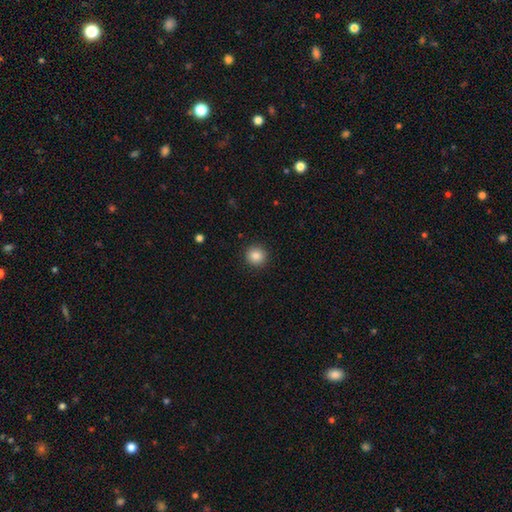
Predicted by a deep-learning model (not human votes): Smooth or featured?
  - smooth: 86% *
  - star or artifact: 10%
  - featured or disk: 4%
How rounded?
  - round: 92% *
  - in between: 7%
  - cigar-shaped: 1%
Merging?
  - none: 92% *
  - minor disturbance: 5%
  - major disturbance: 2%
  - merger: 1%